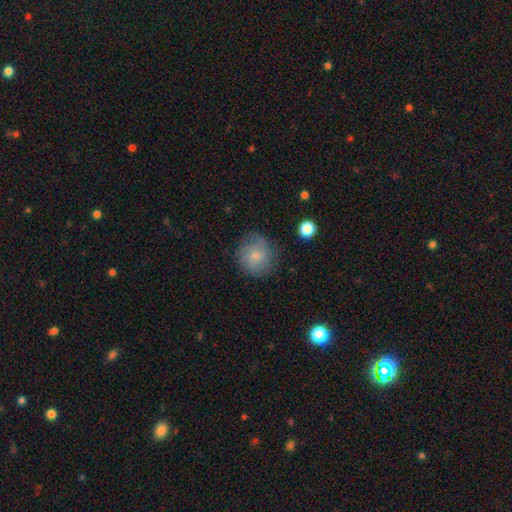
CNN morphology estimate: Smooth or featured? smooth (75%)
How rounded? round (89%)
Merging? none (77%)